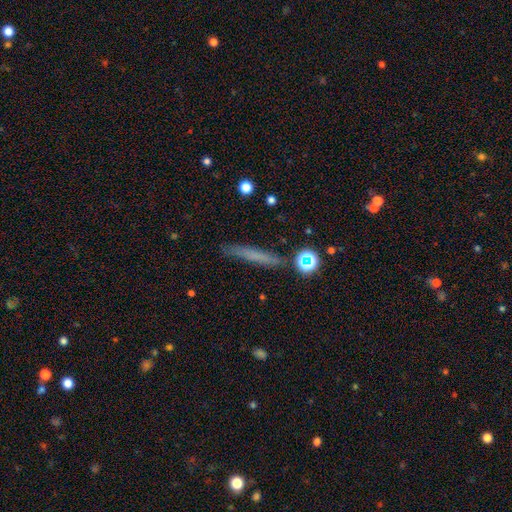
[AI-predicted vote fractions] Q: Smooth or featured?
A: smooth (59%); runner-up: featured or disk (27%)
Q: How rounded?
A: cigar-shaped (90%); runner-up: in between (6%)
Q: Merging?
A: none (79%); runner-up: minor disturbance (14%)